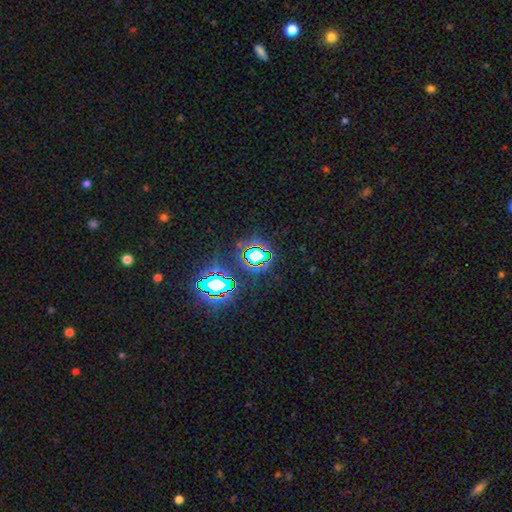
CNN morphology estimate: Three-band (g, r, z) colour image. It shows a star or artifact, not a galaxy (66%).